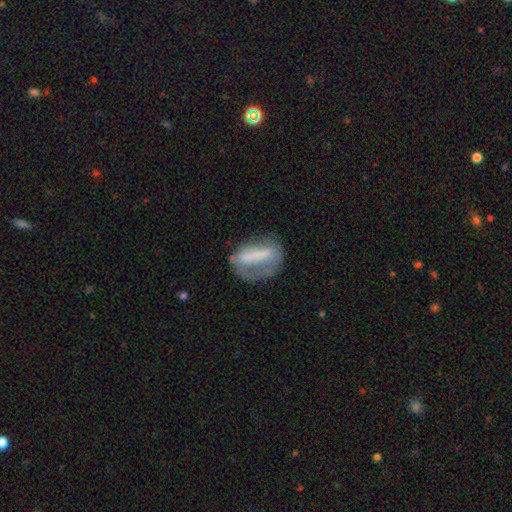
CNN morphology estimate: This is possibly a smooth galaxy (52%). How rounded: likely in between (62%). Merging: marginally none (41%).